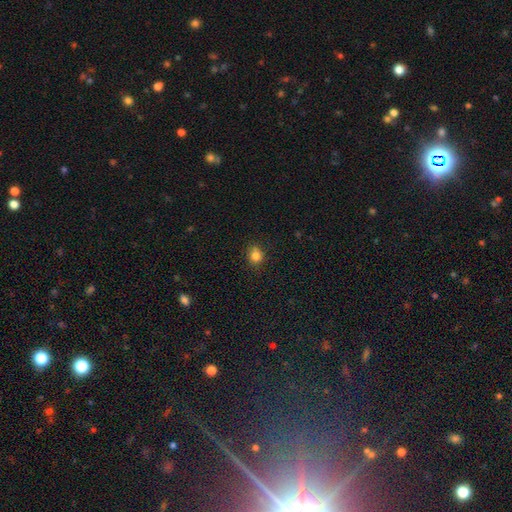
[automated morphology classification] Overall: smooth (82%). How rounded: round (79%). Merging: none (80%).